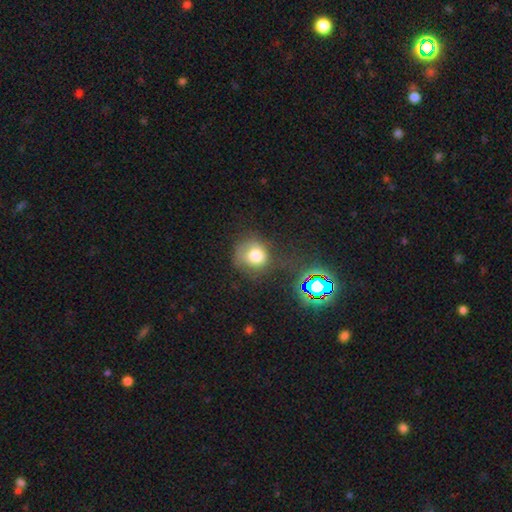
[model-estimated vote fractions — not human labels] Overall: smooth (72%). How rounded: round (79%). Merging: none (49%; minor disturbance 27%).